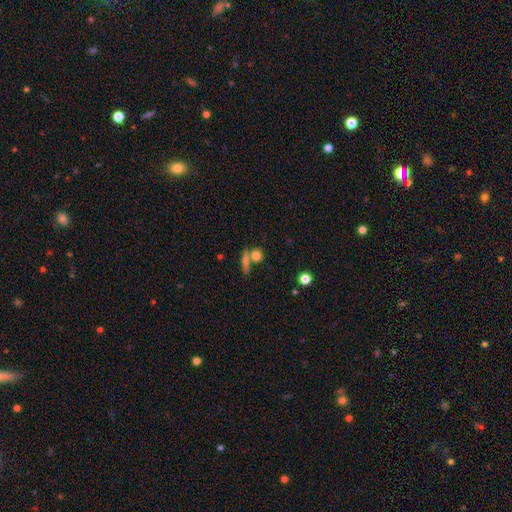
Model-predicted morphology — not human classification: smooth 73%, featured or disk 15%, star or artifact 11%. Down the decision tree: how rounded — round (65%); merging — none (58%).